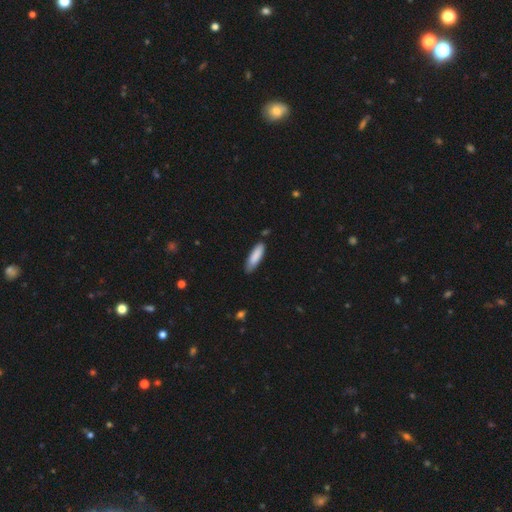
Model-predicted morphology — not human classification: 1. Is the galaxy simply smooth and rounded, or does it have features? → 87% smooth, 8% featured or disk, 6% star or artifact.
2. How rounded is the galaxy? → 60% cigar-shaped, 38% in between, 1% round.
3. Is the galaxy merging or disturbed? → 79% none, 17% minor disturbance, 2% major disturbance, 2% merger.